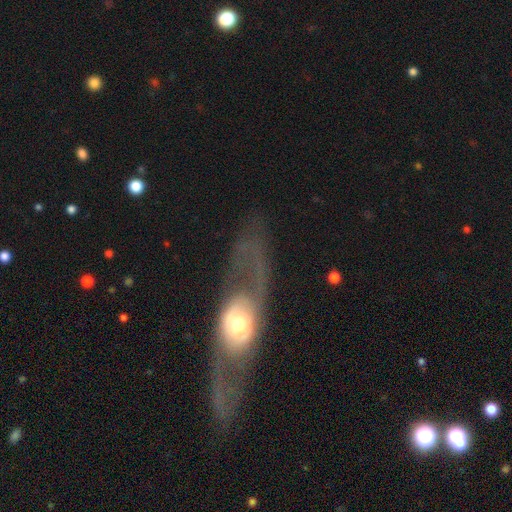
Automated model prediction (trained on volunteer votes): featured or disk 79%, smooth 15%, star or artifact 7%. Down the decision tree: edge-on disk — no (78%); bar — no (69%); spiral arms — yes (70%); bulge size — moderate (50%); merging — none (75%).